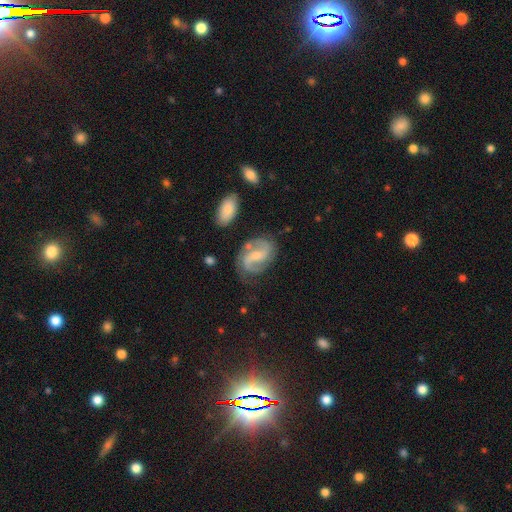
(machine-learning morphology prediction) Overall: featured or disk (85%). Edge-on disk: no (97%). Bar: weak (49%; no 32%). Spiral arms: yes (96%). Spiral arm count: 2 (89%). Spiral winding: medium (49%; loose 35%). Bulge size: small (53%; moderate 39%). Merging: none (71%).